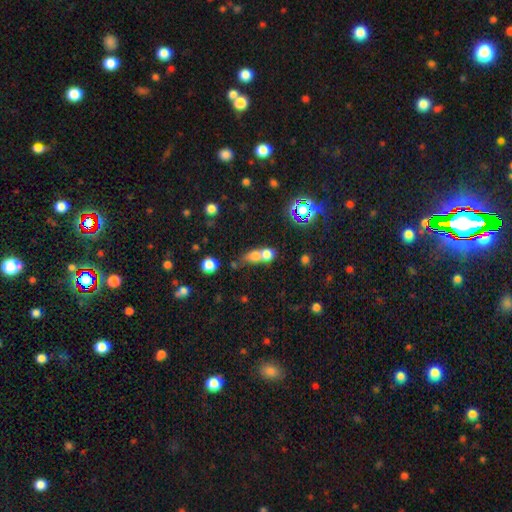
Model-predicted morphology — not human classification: A smooth galaxy with no disk features (69%) that is round (52%).

Vote fractions:
- Smooth or featured? smooth: 69% / star or artifact: 16% / featured or disk: 15%
- How rounded? round: 52% / in between: 40% / cigar-shaped: 7%
- Merging? merger: 63% / none: 26% / minor disturbance: 7% / major disturbance: 5%